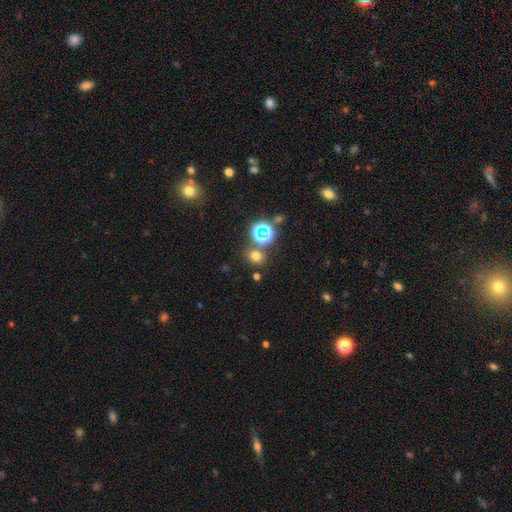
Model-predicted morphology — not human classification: This appears to be a smooth galaxy with no disk features (65%) that is round (80%). Merging: none (77%).